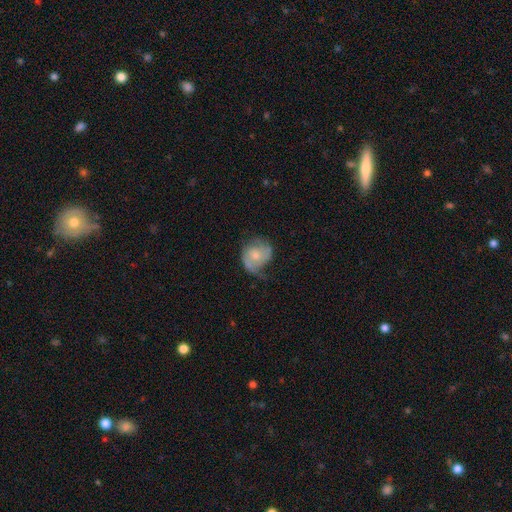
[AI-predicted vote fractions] smooth-or-featured: featured or disk: 59% | smooth: 34% | star or artifact: 7%
  disk-edge-on: no: 97% | yes: 3%
    bar: no: 67% | weak: 28% | strong: 5%
    has-spiral-arms: yes: 82% | no: 18%
    bulge-size: moderate: 49% | small: 40% | none: 6% | large: 4% | dominant: 1%
  merging: none: 44% | minor disturbance: 32% | major disturbance: 22% | merger: 2%